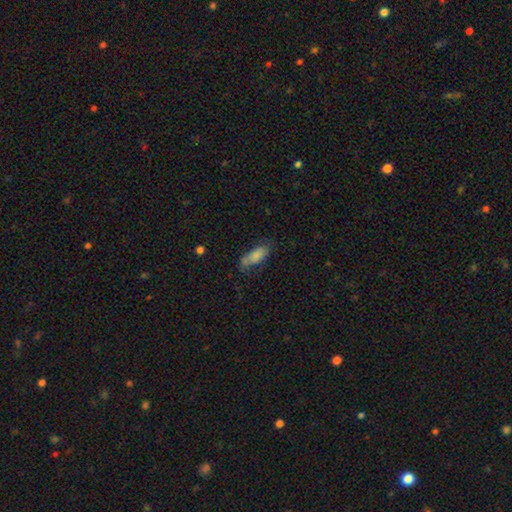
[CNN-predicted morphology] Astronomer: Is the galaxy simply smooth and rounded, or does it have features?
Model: smooth — 77%.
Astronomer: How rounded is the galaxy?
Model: in between — 80%.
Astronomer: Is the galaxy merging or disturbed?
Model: none — 52% (runner-up: minor disturbance, 30%).